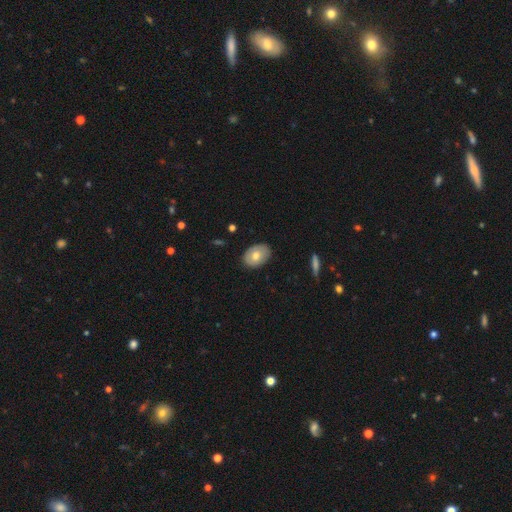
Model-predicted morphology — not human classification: Smooth or featured: smooth — 69% (featured or disk — 25%)
How rounded: in between — 81% (round — 18%)
Merging: none — 85% (minor disturbance — 12%)